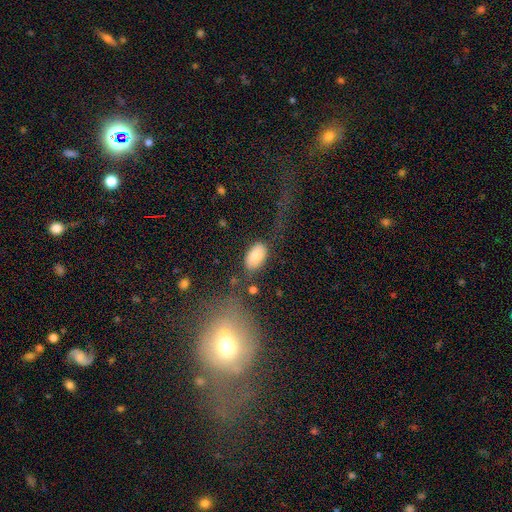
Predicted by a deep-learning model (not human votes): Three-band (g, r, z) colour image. It shows a smooth galaxy with no disk features (82%) that is in between round and cigar-shaped (93%). Merging: none (70%).